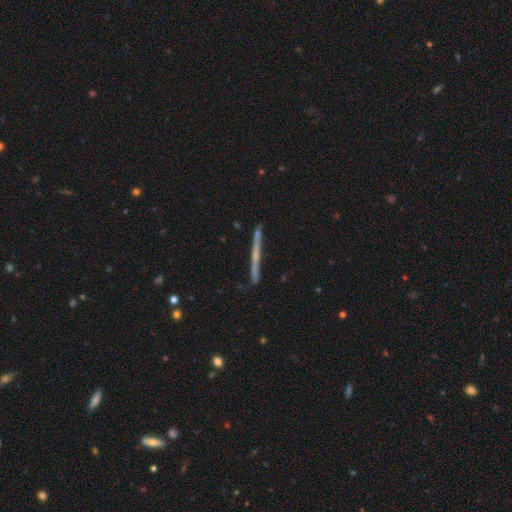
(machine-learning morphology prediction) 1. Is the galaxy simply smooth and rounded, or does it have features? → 54% featured or disk, 41% smooth, 6% star or artifact.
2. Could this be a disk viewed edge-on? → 97% yes, 3% no.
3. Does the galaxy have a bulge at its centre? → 84% none, 11% rounded, 5% boxy.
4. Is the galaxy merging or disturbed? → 88% none, 9% minor disturbance, 2% merger, 2% major disturbance.